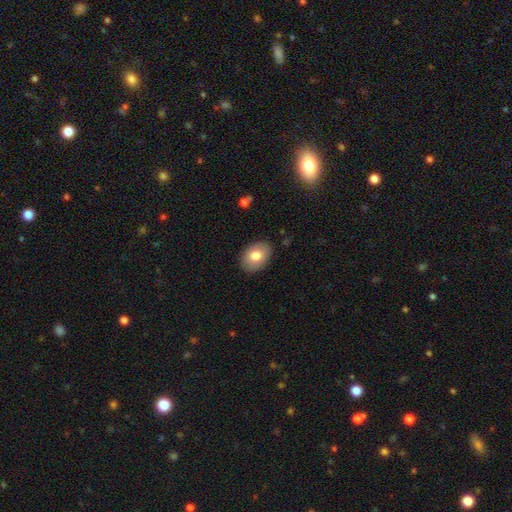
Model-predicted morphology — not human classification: Overall: smooth (79%). How rounded: in between (79%). Merging: none (87%).